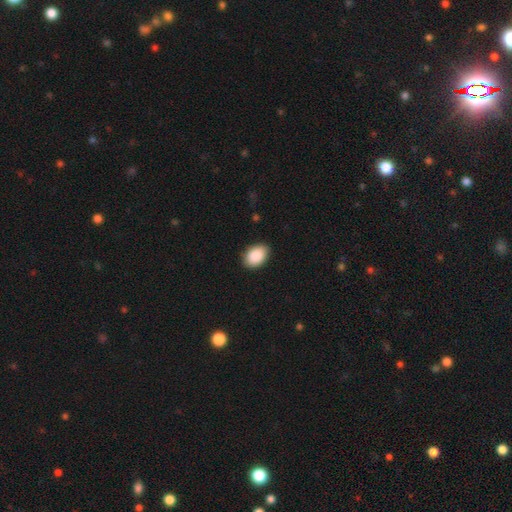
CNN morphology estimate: type=smooth (90%); roundness=in between (83%); merging=none (85%).